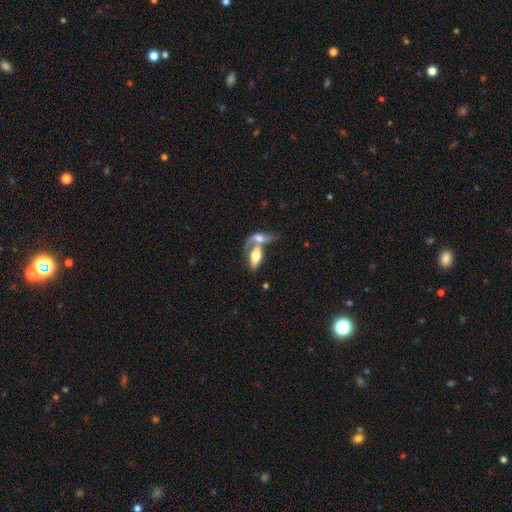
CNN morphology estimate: Overall: smooth (58%; featured or disk 35%). How rounded: in between (79%). Merging: merger (66%).